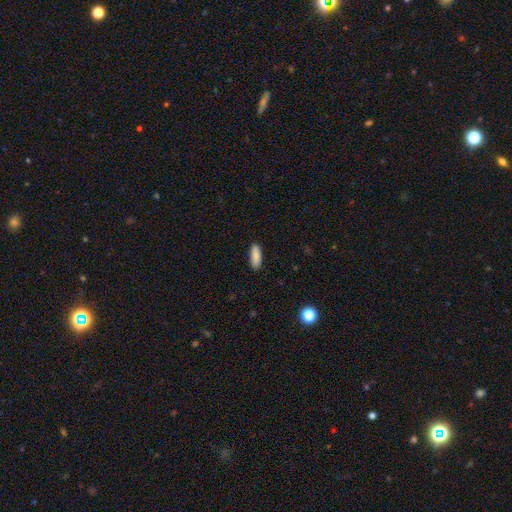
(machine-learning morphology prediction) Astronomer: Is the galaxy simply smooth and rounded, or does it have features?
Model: smooth — 89%.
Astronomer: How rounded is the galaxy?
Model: in between — 65%.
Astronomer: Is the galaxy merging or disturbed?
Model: none — 89%.